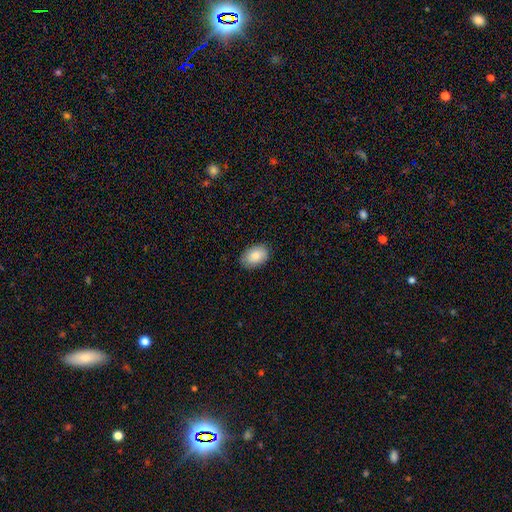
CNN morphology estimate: smooth_or_featured: smooth (p=0.85) [alt: featured or disk p=0.08]
how_rounded: in between (p=0.88) [alt: round p=0.11]
merging: none (p=0.86) [alt: minor disturbance p=0.11]